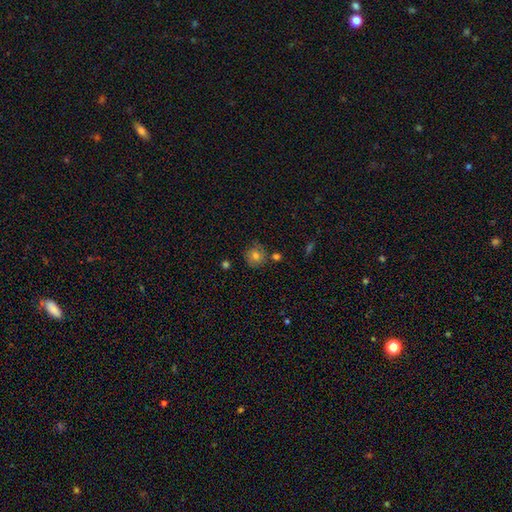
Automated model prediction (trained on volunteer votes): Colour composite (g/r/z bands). It shows a smooth galaxy with no disk features (75%) that is round (89%). Merging: none (76%).